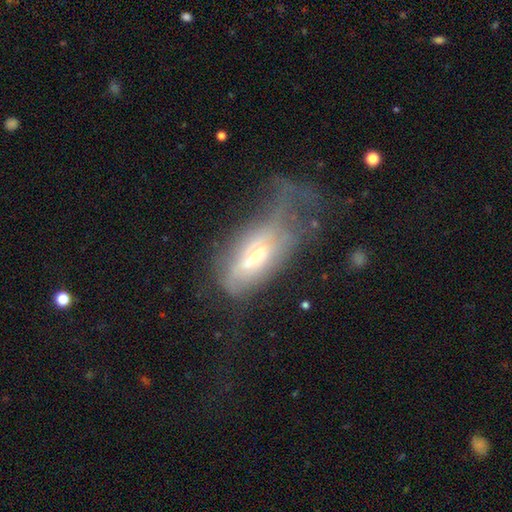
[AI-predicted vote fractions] featured or disk 50%, smooth 39%, star or artifact 10%. Down the decision tree: edge-on disk — no (80%); merging — major disturbance (56%).